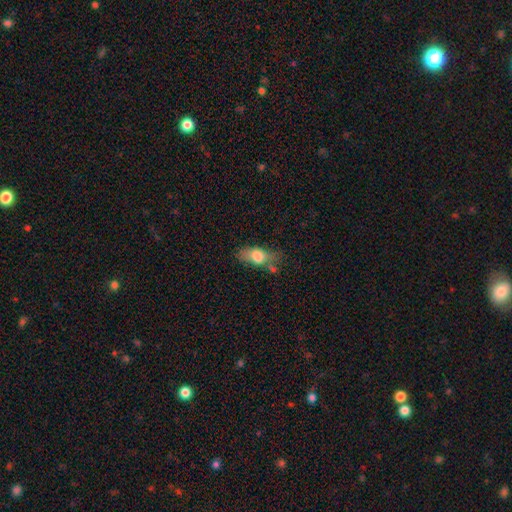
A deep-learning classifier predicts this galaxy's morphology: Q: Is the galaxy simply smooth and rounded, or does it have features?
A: smooth — 64%.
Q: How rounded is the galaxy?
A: in between — 75%.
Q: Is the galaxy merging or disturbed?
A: none — 54%.